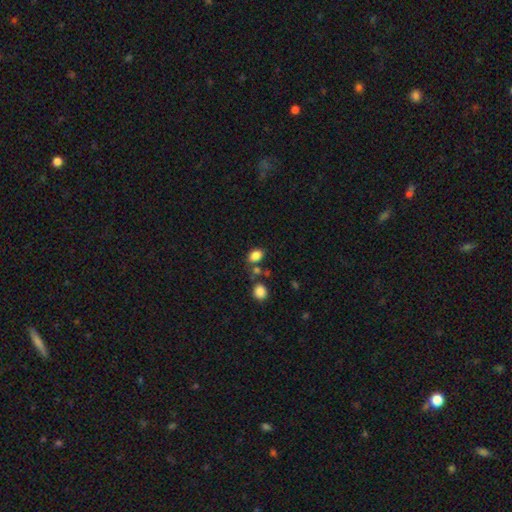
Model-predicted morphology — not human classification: Smooth or featured?
  - smooth: 84% *
  - star or artifact: 11%
  - featured or disk: 5%
How rounded?
  - in between: 76% *
  - round: 22%
  - cigar-shaped: 1%
Merging?
  - none: 66% *
  - merger: 15%
  - minor disturbance: 15%
  - major disturbance: 5%